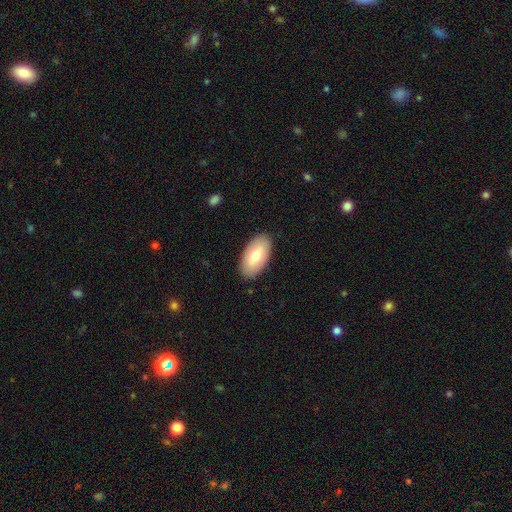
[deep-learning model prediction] The model was most divided on "smooth or featured": smooth: 69%, featured or disk: 26%, star or artifact: 6%. More confident: how rounded — in between (95%); merging — none (87%).